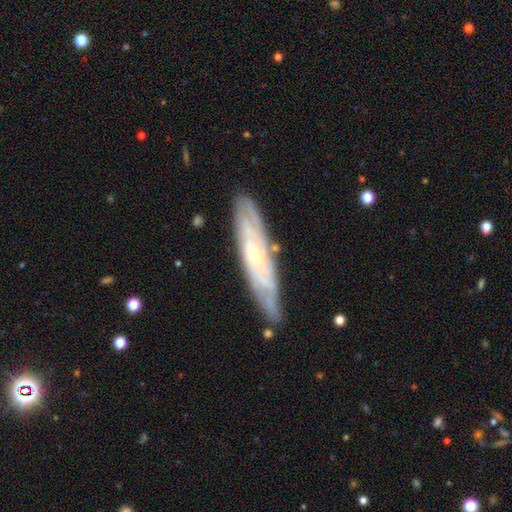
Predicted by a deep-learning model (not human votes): A featured or disk galaxy (72%).

Vote fractions:
- Smooth or featured? featured or disk: 72% / smooth: 22% / star or artifact: 6%
- Edge-on disk? no: 58% / yes: 42%
- Merging? none: 79% / minor disturbance: 16% / major disturbance: 3% / merger: 2%